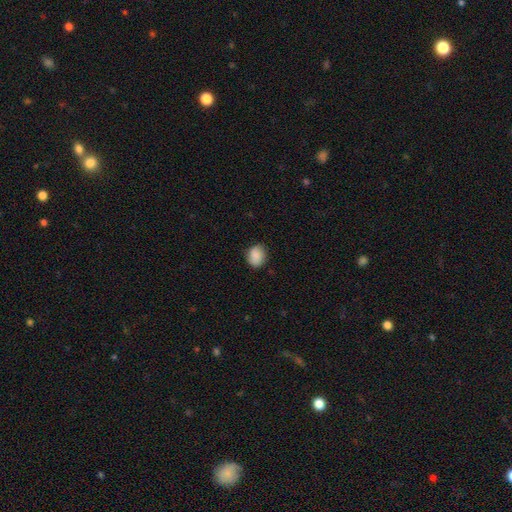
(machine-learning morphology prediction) smooth 86%, star or artifact 8%, featured or disk 6%. Down the decision tree: how rounded — round (51%); merging — none (80%).